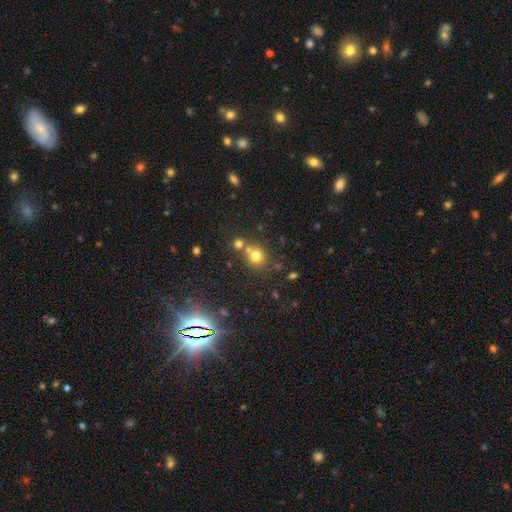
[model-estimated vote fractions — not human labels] Smooth or featured?
  - smooth: 72% *
  - star or artifact: 18%
  - featured or disk: 10%
How rounded?
  - round: 86% *
  - in between: 13%
  - cigar-shaped: 1%
Merging?
  - none: 57% *
  - merger: 31%
  - minor disturbance: 8%
  - major disturbance: 3%